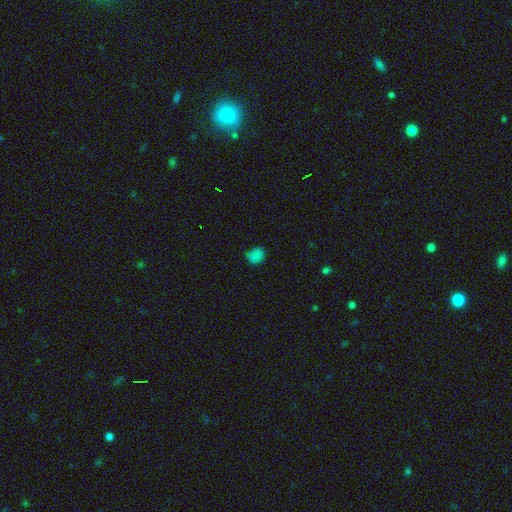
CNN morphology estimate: Smooth or featured: smooth — 74% (star or artifact — 21%)
How rounded: round — 71% (in between — 28%)
Merging: none — 74% (minor disturbance — 20%)